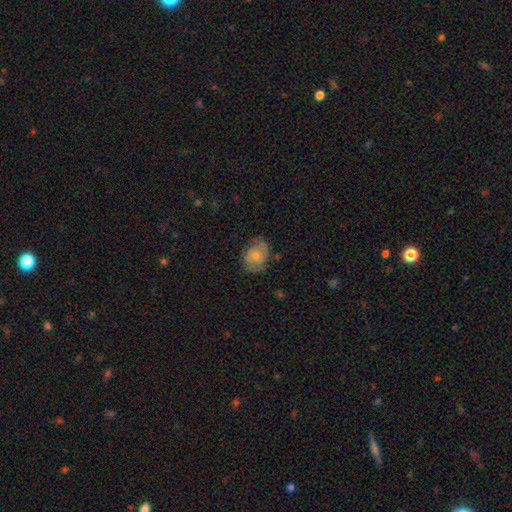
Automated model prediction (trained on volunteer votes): Morphology: type=smooth (49%); merging=none (64%).